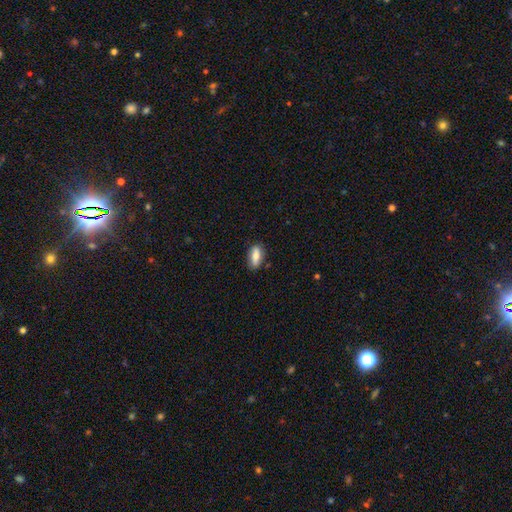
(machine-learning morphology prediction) Smooth or featured: smooth — 75% (featured or disk — 19%)
How rounded: in between — 81% (cigar-shaped — 15%)
Merging: none — 81% (minor disturbance — 15%)